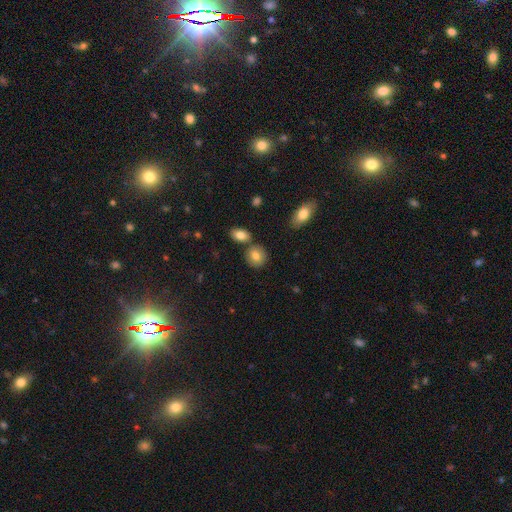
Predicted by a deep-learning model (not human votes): This appears to be a smooth galaxy with no disk features (82%) that is round (74%). Merging: none (73%).